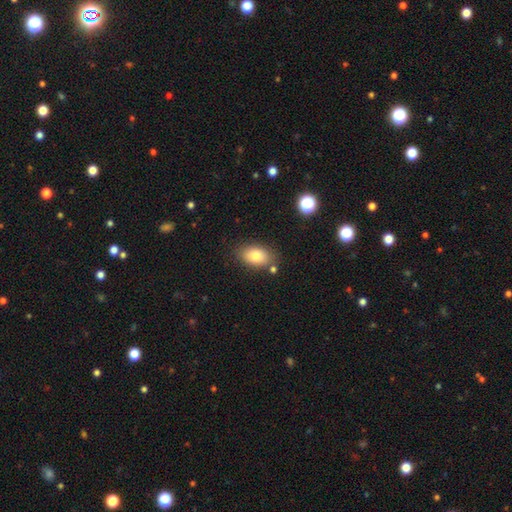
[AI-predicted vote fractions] Smooth or featured? smooth (80%)
How rounded? in between (88%)
Merging? none (79%)